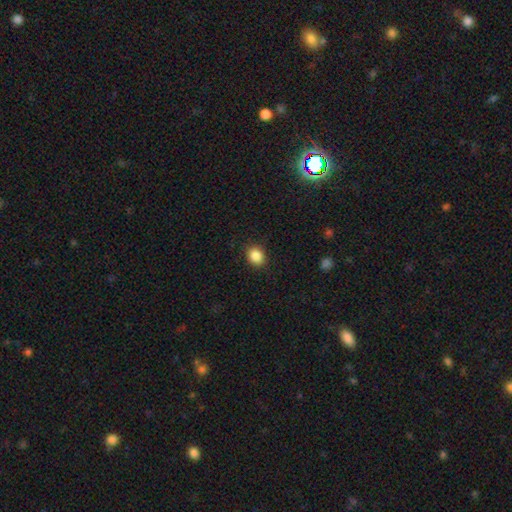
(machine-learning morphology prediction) smooth_or_featured: smooth (p=0.87) [alt: star or artifact p=0.09]
how_rounded: round (p=0.60) [alt: in between p=0.39]
merging: none (p=0.88) [alt: minor disturbance p=0.08]